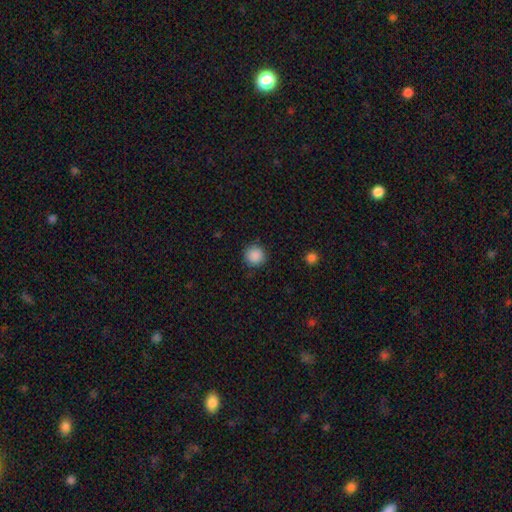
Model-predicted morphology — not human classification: smooth-or-featured: smooth: 88% | star or artifact: 9% | featured or disk: 2%
  how-rounded: round: 94% | in between: 5% | cigar-shaped: 1%
  merging: none: 90% | minor disturbance: 7% | major disturbance: 2% | merger: 1%